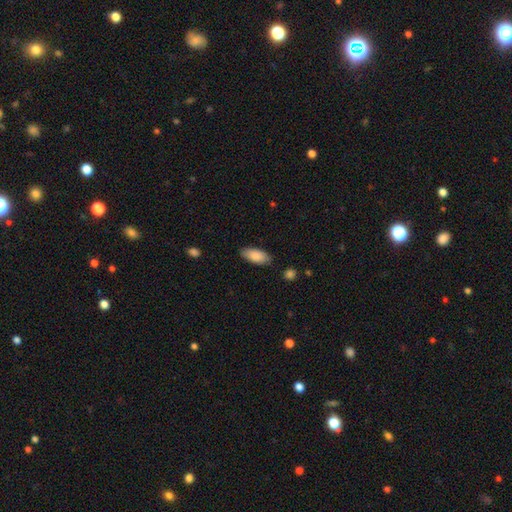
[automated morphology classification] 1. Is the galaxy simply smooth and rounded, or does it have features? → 87% smooth, 7% featured or disk, 6% star or artifact.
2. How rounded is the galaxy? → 87% in between, 11% cigar-shaped, 2% round.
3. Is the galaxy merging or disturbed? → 82% none, 13% minor disturbance, 3% major disturbance, 2% merger.